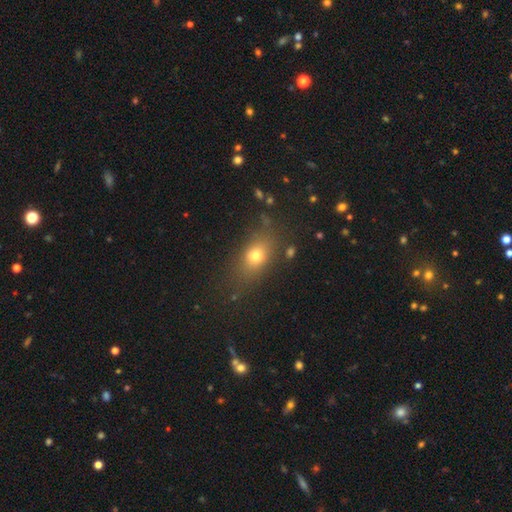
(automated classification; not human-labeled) This appears to be a smooth galaxy with no disk features (72%) that is in between round and cigar-shaped (68%). Merging: none (76%).